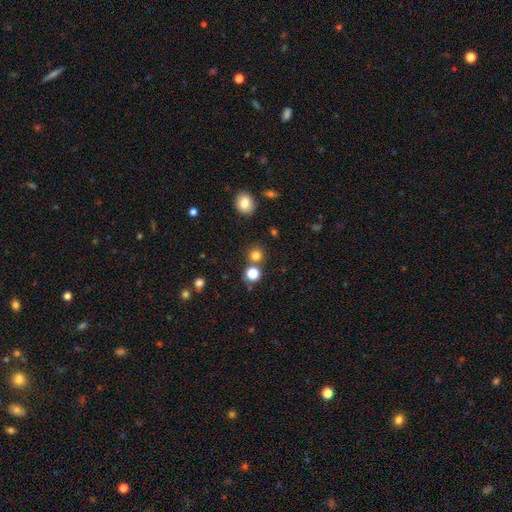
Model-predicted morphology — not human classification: A smooth galaxy with no disk features (78%) that is round (90%). Merging: none (76%).